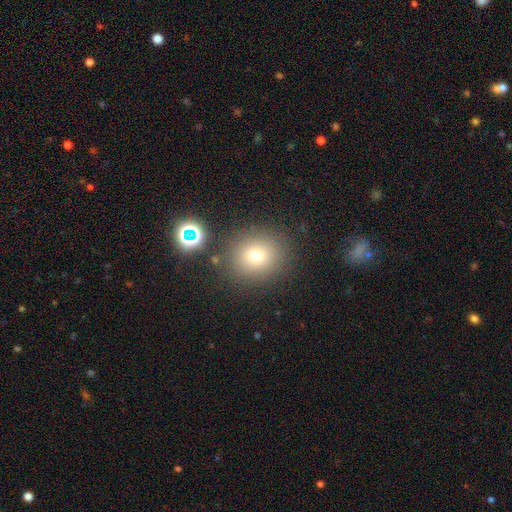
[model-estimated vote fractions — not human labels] Smooth or featured: smooth — 74% (star or artifact — 17%)
How rounded: round — 80% (in between — 19%)
Merging: none — 83% (minor disturbance — 9%)